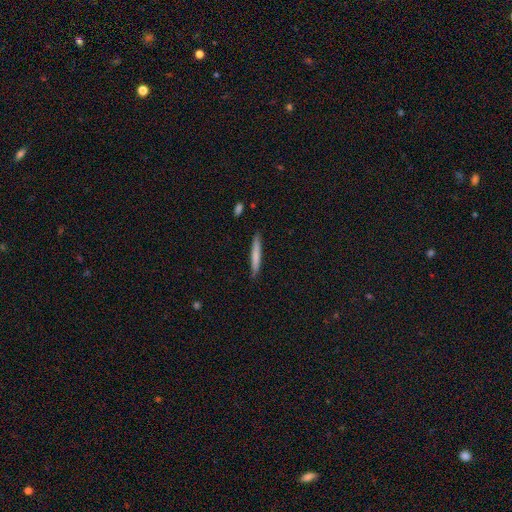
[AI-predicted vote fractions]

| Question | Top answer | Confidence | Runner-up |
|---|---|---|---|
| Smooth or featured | smooth | 71% | featured or disk (24%) |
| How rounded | cigar-shaped | 95% | in between (4%) |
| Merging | none | 88% | minor disturbance (9%) |